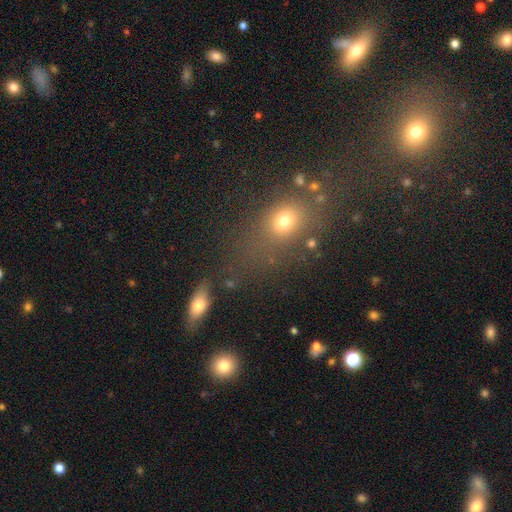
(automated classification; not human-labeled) A smooth galaxy with no disk features (56%) that is in between round and cigar-shaped (55%). Merging: none (67%).